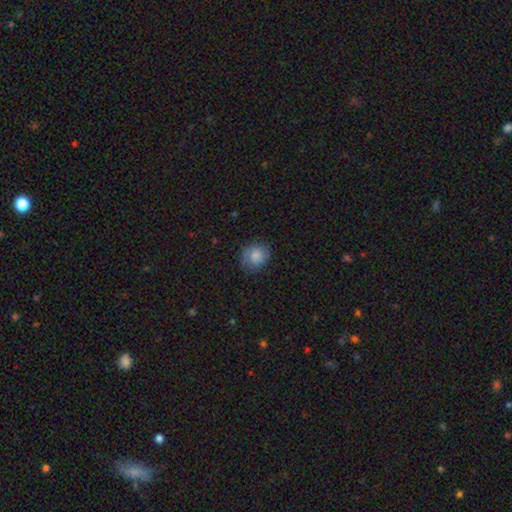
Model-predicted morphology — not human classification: smooth 77%, featured or disk 15%, star or artifact 8%. Down the decision tree: how rounded — round (72%); merging — none (77%).